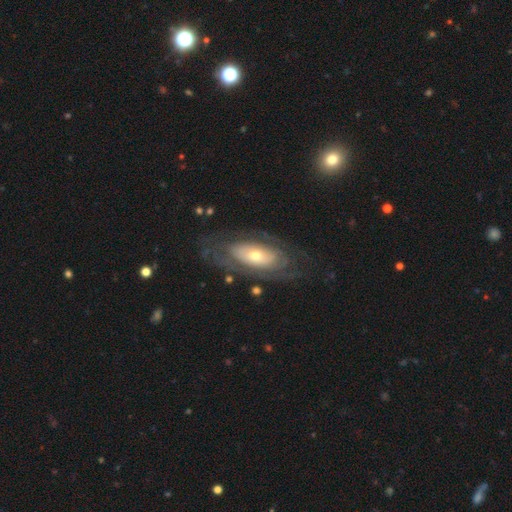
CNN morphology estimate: Q: Smooth or featured?
A: featured or disk (68%); runner-up: smooth (26%)
Q: Edge-on disk?
A: no (89%); runner-up: yes (11%)
Q: Bar?
A: no (81%); runner-up: weak (13%)
Q: Spiral arms?
A: yes (62%); runner-up: no (38%)
Q: Bulge size?
A: moderate (47%); runner-up: small (43%)
Q: Merging?
A: none (69%); runner-up: minor disturbance (17%)